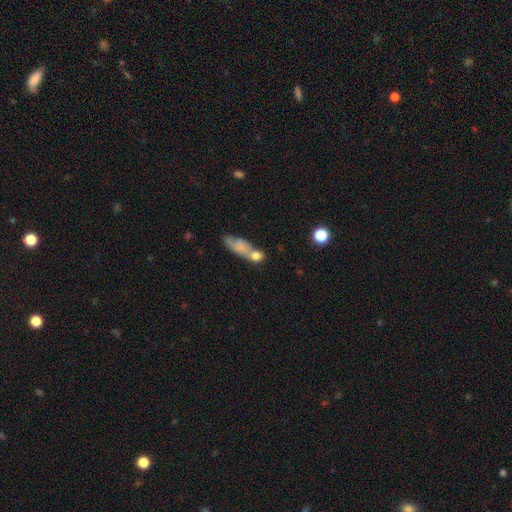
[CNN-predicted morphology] The model was most divided on "merging": merger: 40%, none: 35%, minor disturbance: 14%, major disturbance: 10%. Remaining: smooth or featured — smooth (68%); how rounded — in between (48%).